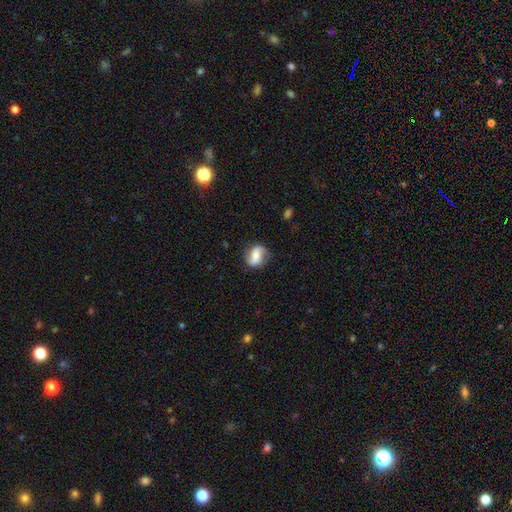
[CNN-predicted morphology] A featured or disk galaxy (67%) with no bar (39%, tied with weak), 2 (89%) loose (47%) spiral arms (93%) and a moderate central bulge (44%).

Vote fractions:
- Smooth or featured? featured or disk: 67% / smooth: 26% / star or artifact: 8%
- Edge-on disk? no: 97% / yes: 3%
- Bar? no: 39% (tied) / weak: 39% (tied) / strong: 22%
- Spiral arms? yes: 93% / no: 7%
- Spiral winding? loose: 47% / medium: 37% / tight: 16%
- Spiral arm count? 2: 89% / 1: 4% / can't tell: 4% / 3: 1% / 4: 1% / more than 4: 1%
- Bulge size? moderate: 44% / small: 29% / large: 14% / none: 9% / dominant: 3%
- Merging? none: 78% / minor disturbance: 15% / major disturbance: 5% / merger: 1%